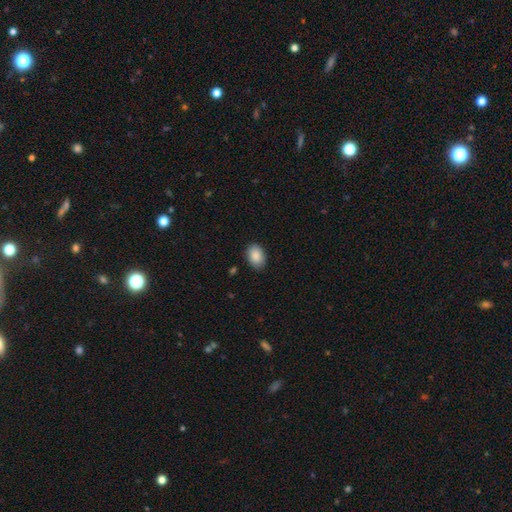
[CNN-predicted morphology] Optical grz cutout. It shows a smooth galaxy with no disk features (89%) that is in between round and cigar-shaped (80%). Merging: none (87%).